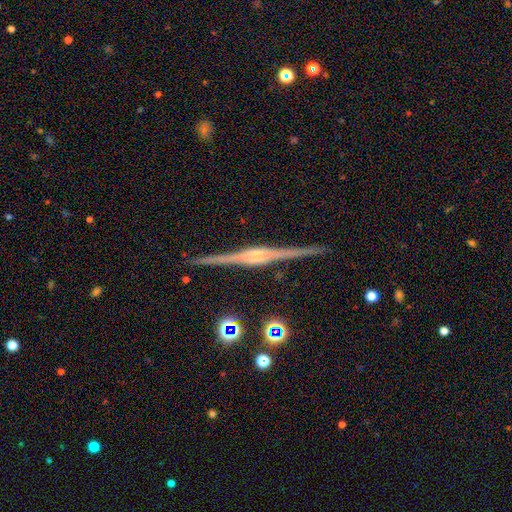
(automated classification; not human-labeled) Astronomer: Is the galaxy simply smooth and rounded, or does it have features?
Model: featured or disk — 90%.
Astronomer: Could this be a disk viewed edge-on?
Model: yes — 99%.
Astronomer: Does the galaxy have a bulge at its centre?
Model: rounded — 75%.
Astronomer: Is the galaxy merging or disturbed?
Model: none — 92%.